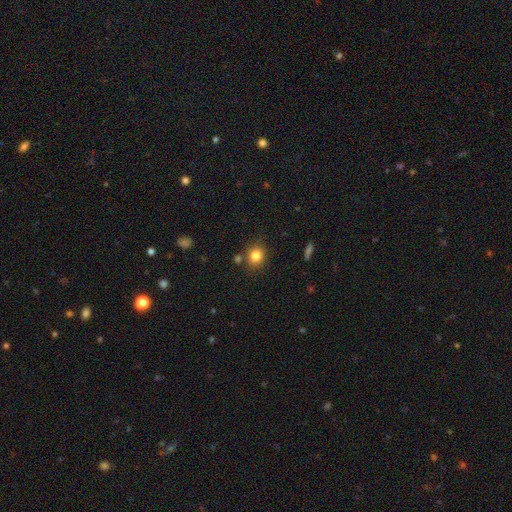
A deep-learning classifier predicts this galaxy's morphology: Smooth or featured? Predicted: smooth (p=0.82). How rounded? Predicted: round (p=0.73). Merging? Predicted: none (p=0.78).